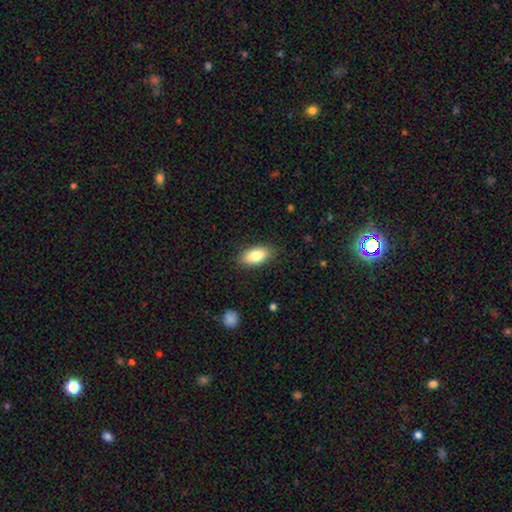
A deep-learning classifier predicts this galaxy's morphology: smooth-or-featured: smooth: 82% | featured or disk: 11% | star or artifact: 7%
  how-rounded: in between: 90% | cigar-shaped: 7% | round: 4%
  merging: none: 85% | minor disturbance: 11% | major disturbance: 3% | merger: 1%